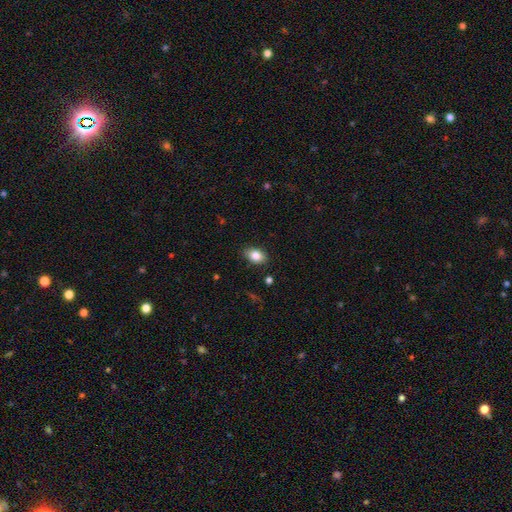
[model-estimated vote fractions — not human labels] Smooth or featured?
  - smooth: 83% *
  - featured or disk: 9%
  - star or artifact: 8%
How rounded?
  - in between: 87% *
  - round: 12%
  - cigar-shaped: 1%
Merging?
  - none: 86% *
  - minor disturbance: 11%
  - major disturbance: 2%
  - merger: 1%